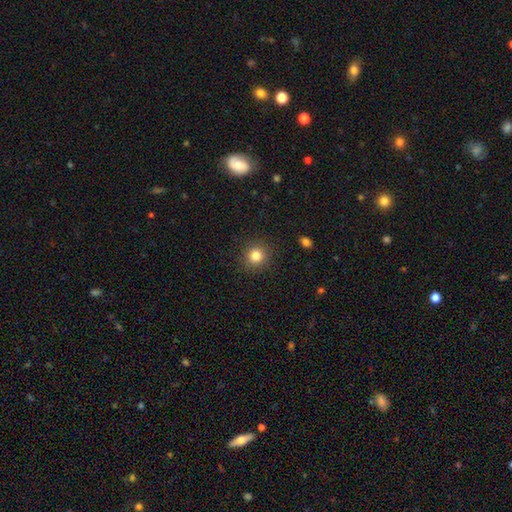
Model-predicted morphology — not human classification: This appears to be a smooth galaxy with no disk features (83%) that is round (92%). Merging: none (90%).